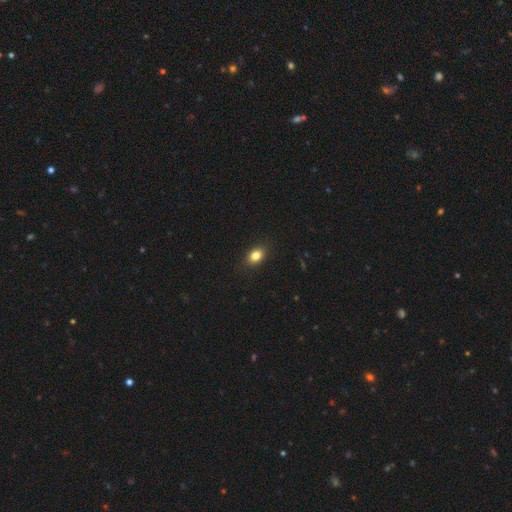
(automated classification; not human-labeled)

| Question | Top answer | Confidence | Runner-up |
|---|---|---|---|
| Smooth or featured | smooth | 83% | star or artifact (10%) |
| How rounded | in between | 73% | round (25%) |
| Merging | none | 88% | minor disturbance (9%) |